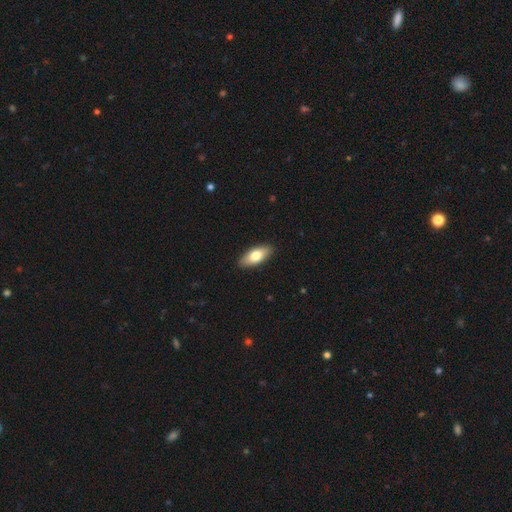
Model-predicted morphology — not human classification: A smooth galaxy with no disk features (76%) that is in between round and cigar-shaped (83%). Merging: none (90%).